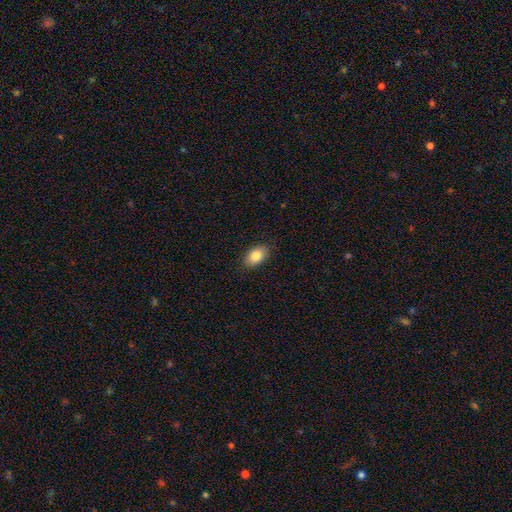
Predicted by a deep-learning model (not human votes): This is clearly a smooth galaxy (84%). How rounded: clearly in between (87%). Merging: clearly none (87%).